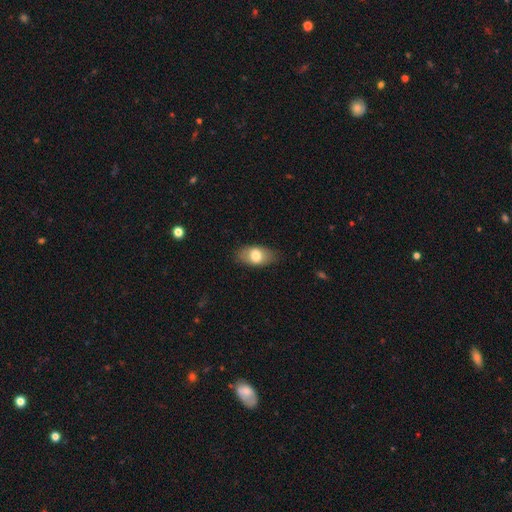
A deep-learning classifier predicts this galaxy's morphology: smooth_or_featured: smooth (p=0.74) [alt: featured or disk p=0.19]
how_rounded: in between (p=0.90) [alt: round p=0.07]
merging: none (p=0.81) [alt: minor disturbance p=0.15]